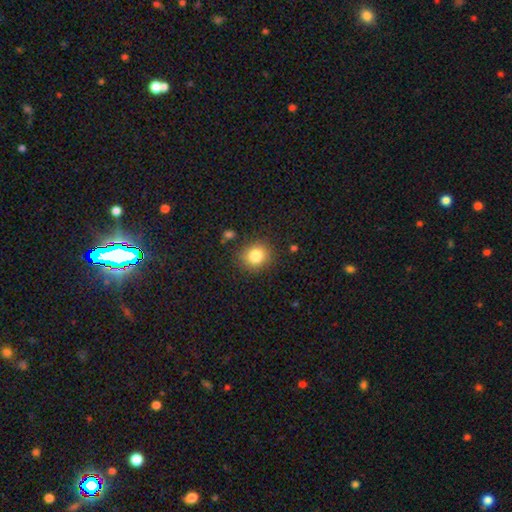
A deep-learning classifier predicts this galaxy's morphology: smooth_or_featured: smooth (p=0.83) [alt: star or artifact p=0.11]
how_rounded: round (p=0.80) [alt: in between p=0.19]
merging: none (p=0.86) [alt: minor disturbance p=0.09]